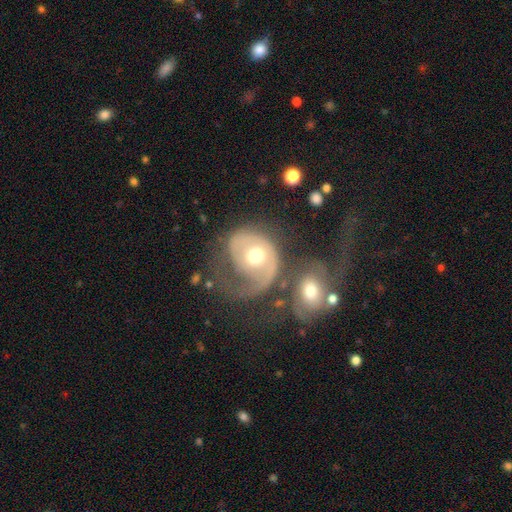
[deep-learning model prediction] Smooth or featured? Predicted: featured or disk (p=0.70). Edge-on disk? Predicted: no (p=0.97). Bar? Predicted: no (p=0.70). Spiral arms? Predicted: yes (p=0.78). Spiral winding? Predicted: tight (p=0.37). Spiral arm count? Predicted: 1 (p=0.54). Bulge size? Predicted: moderate (p=0.72). Merging? Predicted: major disturbance (p=0.33).